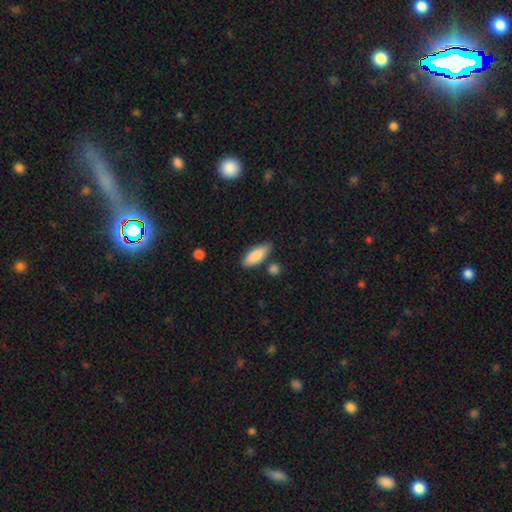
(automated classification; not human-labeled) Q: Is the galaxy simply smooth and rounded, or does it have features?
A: smooth — 88%.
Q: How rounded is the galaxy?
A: in between — 75%.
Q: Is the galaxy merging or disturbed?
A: none — 77%.